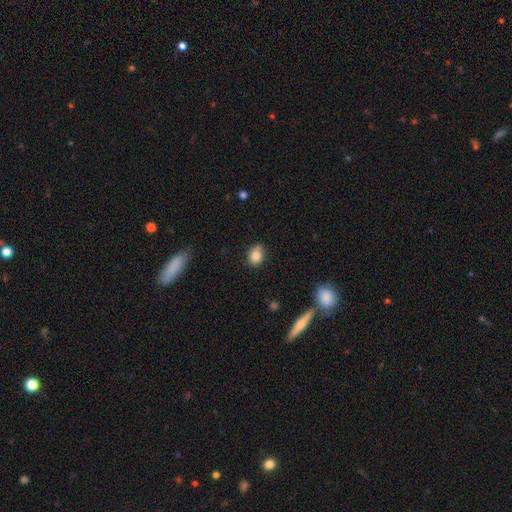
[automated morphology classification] smooth 82%, star or artifact 10%, featured or disk 8%. Down the decision tree: how rounded — in between (51%); merging — none (74%).